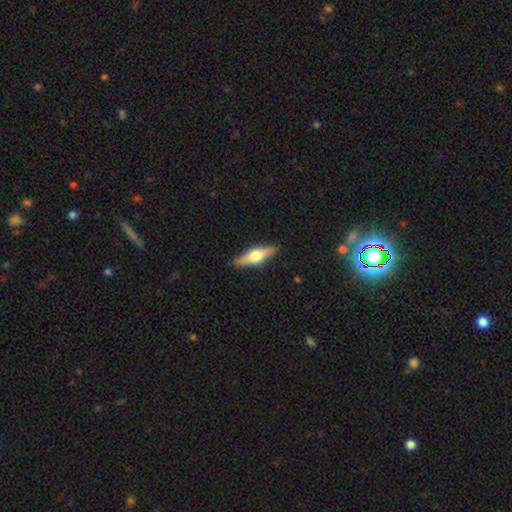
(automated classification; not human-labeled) Overall: featured or disk (57%; smooth 37%). Edge-on disk: yes (95%). Edge-on bulge: rounded (93%). Merging: none (89%).